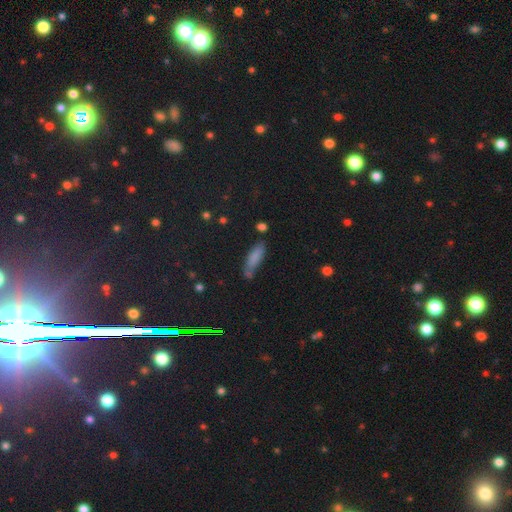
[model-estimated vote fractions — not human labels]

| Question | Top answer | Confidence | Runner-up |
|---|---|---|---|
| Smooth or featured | smooth | 70% | star or artifact (17%) |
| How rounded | cigar-shaped | 59% | in between (37%) |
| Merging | none | 66% | minor disturbance (21%) |